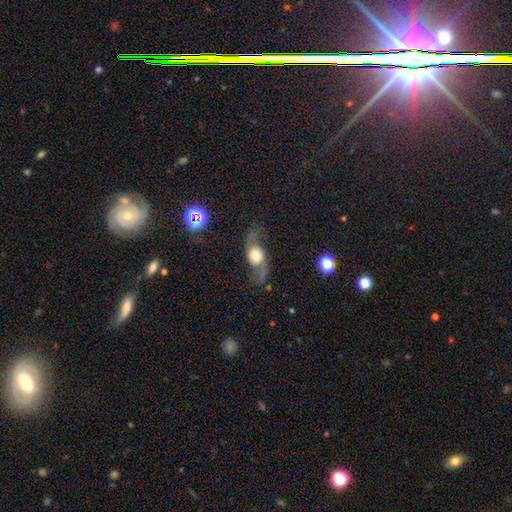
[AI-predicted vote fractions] Q: Smooth or featured?
A: featured or disk (75%); runner-up: smooth (17%)
Q: Edge-on disk?
A: no (90%); runner-up: yes (10%)
Q: Bar?
A: no (72%); runner-up: weak (22%)
Q: Spiral arms?
A: yes (91%); runner-up: no (9%)
Q: Spiral winding?
A: loose (73%); runner-up: medium (22%)
Q: Spiral arm count?
A: 2 (92%); runner-up: 1 (2%)
Q: Bulge size?
A: moderate (43%); runner-up: large (35%)
Q: Merging?
A: none (67%); runner-up: minor disturbance (16%)